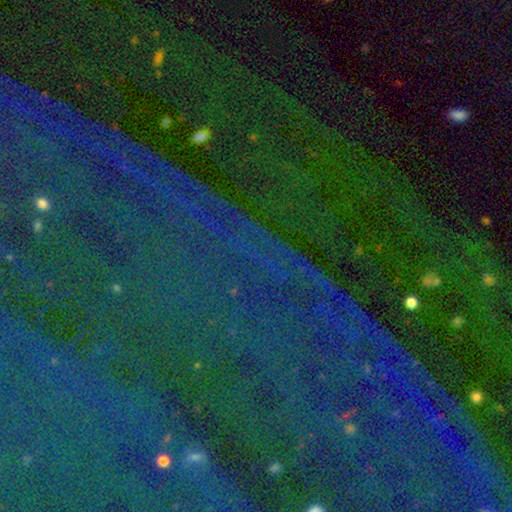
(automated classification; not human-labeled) The model was most divided on "smooth or featured": star or artifact: 85%, featured or disk: 7%, smooth: 7%.